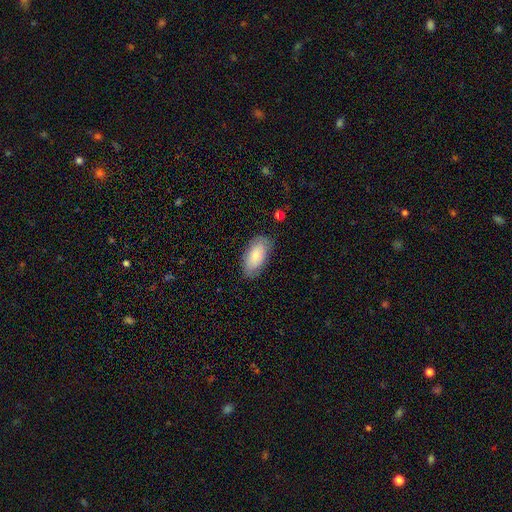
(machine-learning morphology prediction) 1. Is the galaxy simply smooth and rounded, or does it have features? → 75% smooth, 18% featured or disk, 6% star or artifact.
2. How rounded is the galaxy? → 94% in between, 4% cigar-shaped, 3% round.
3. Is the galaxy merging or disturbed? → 77% none, 18% minor disturbance, 4% major disturbance, 1% merger.